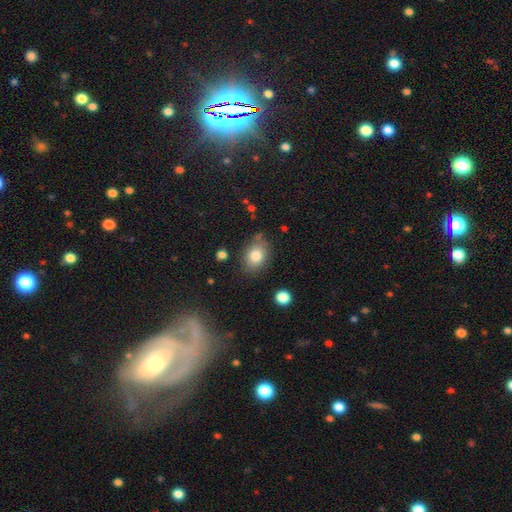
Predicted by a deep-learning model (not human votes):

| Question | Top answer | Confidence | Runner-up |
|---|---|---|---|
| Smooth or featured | smooth | 81% | featured or disk (10%) |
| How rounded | in between | 72% | round (26%) |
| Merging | none | 77% | minor disturbance (15%) |